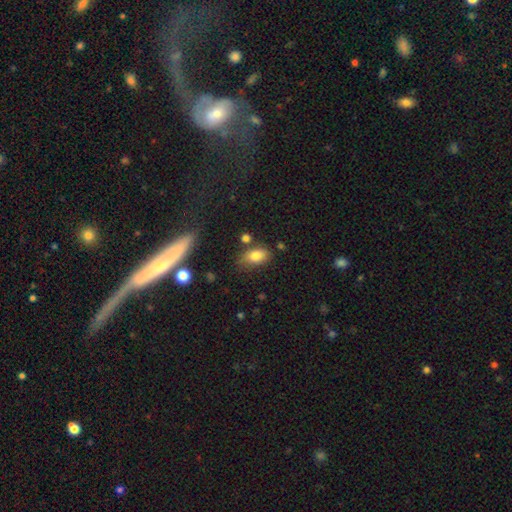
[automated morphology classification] smooth-or-featured: smooth: 82% | featured or disk: 9% | star or artifact: 9%
  how-rounded: in between: 89% | round: 8% | cigar-shaped: 3%
  merging: none: 66% | minor disturbance: 21% | merger: 7% | major disturbance: 6%